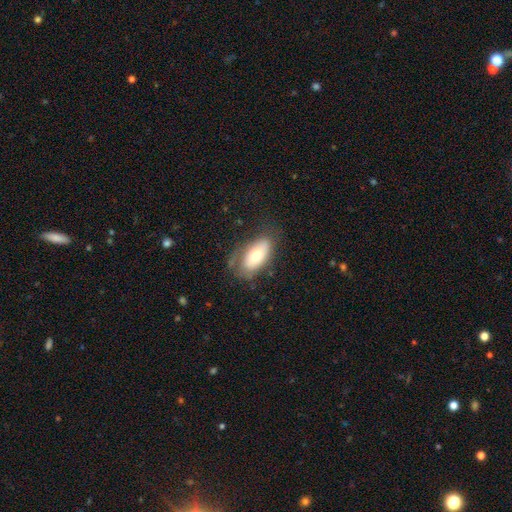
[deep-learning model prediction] smooth 63%, featured or disk 30%, star or artifact 7%. Down the decision tree: how rounded — in between (90%); merging — none (62%).